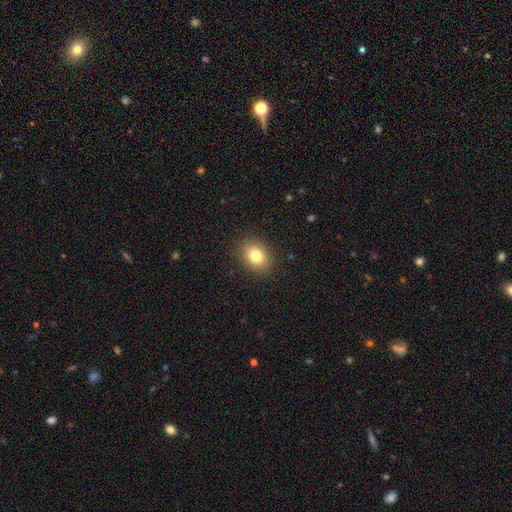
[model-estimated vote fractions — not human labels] Smooth or featured? Predicted: smooth (p=0.81). How rounded? Predicted: in between (p=0.62). Merging? Predicted: none (p=0.88).